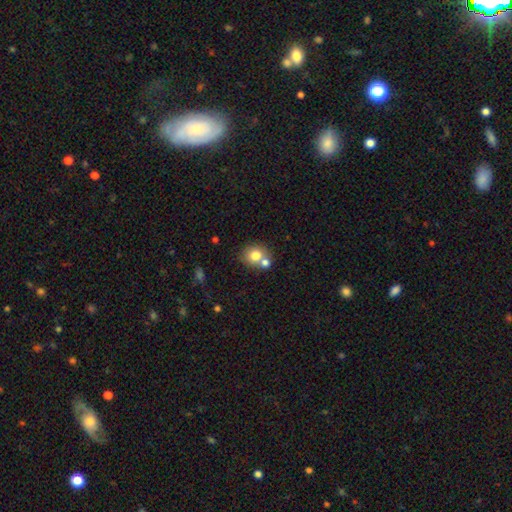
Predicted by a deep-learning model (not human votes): This appears to be a smooth galaxy with no disk features (76%) that is round (72%). Merging: none (52%).